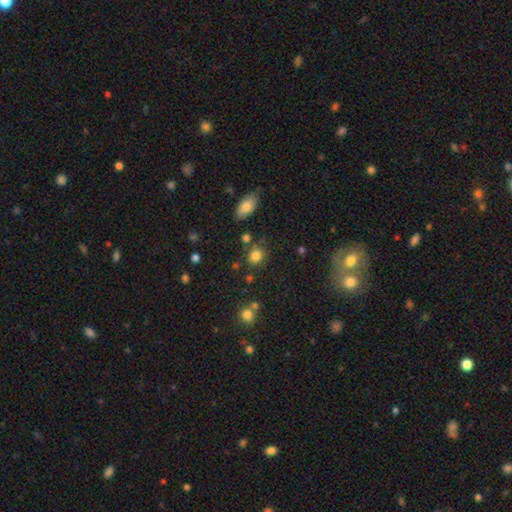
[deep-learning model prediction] smooth-or-featured: smooth: 82% | star or artifact: 12% | featured or disk: 6%
  how-rounded: round: 74% | in between: 25% | cigar-shaped: 1%
  merging: none: 73% | minor disturbance: 13% | merger: 10% | major disturbance: 5%